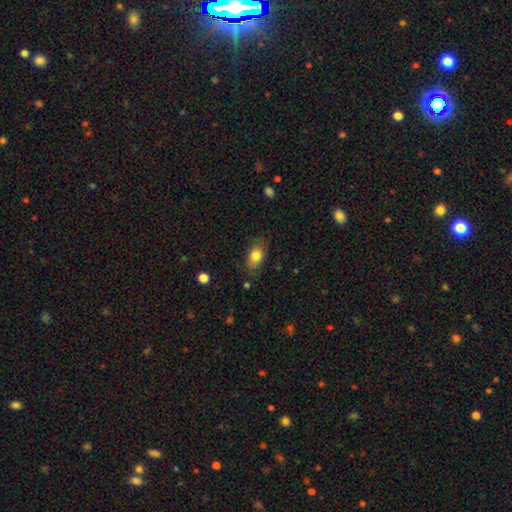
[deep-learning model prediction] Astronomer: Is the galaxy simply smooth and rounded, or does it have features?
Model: smooth — 79%.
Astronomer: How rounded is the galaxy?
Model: in between — 85%.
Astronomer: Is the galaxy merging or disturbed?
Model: none — 74%.